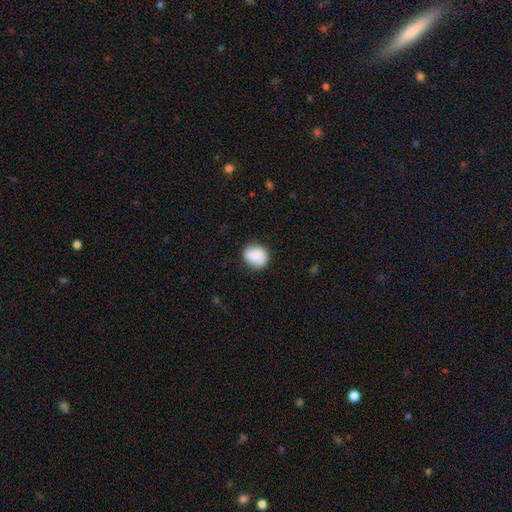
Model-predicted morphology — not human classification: Smooth or featured? smooth (73%)
How rounded? round (71%)
Merging? none (74%)